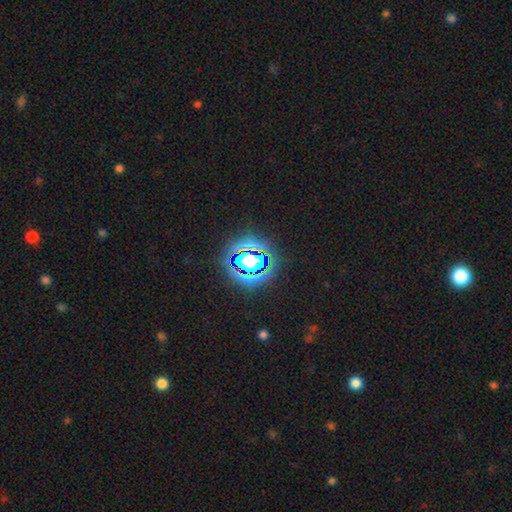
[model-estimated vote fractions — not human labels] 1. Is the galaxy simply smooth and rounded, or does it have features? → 78% star or artifact, 14% smooth, 8% featured or disk.